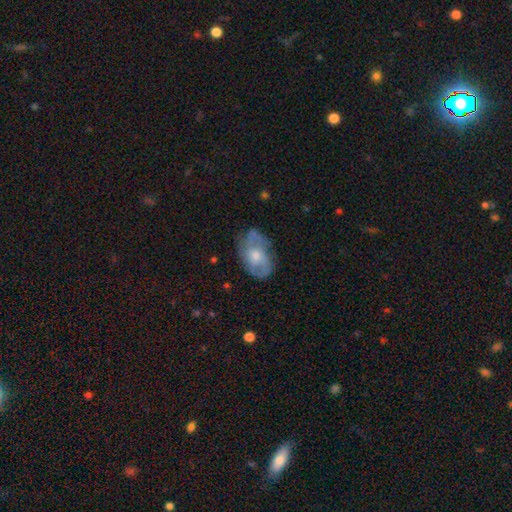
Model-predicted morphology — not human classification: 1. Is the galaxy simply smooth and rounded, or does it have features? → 65% featured or disk, 27% smooth, 7% star or artifact.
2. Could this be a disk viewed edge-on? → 95% no, 5% yes.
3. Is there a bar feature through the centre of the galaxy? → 72% no, 24% weak, 4% strong.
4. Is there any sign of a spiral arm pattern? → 76% yes, 24% no.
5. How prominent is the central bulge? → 56% moderate, 30% small, 8% large, 5% none, 1% dominant.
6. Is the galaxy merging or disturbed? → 67% none, 22% minor disturbance, 9% major disturbance, 2% merger.